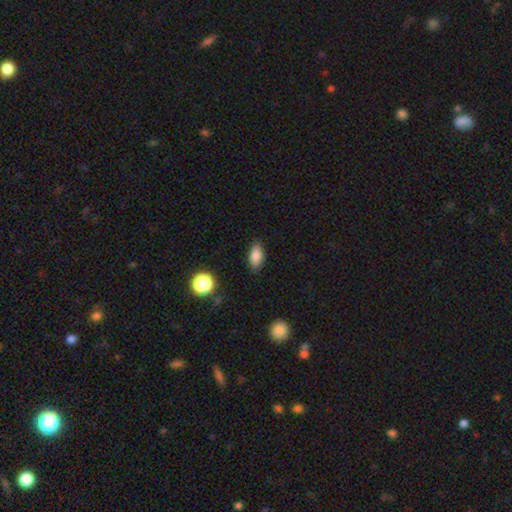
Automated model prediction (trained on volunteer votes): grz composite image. It shows a smooth galaxy with no disk features (84%) that is in between round and cigar-shaped (88%). Merging: none (86%).